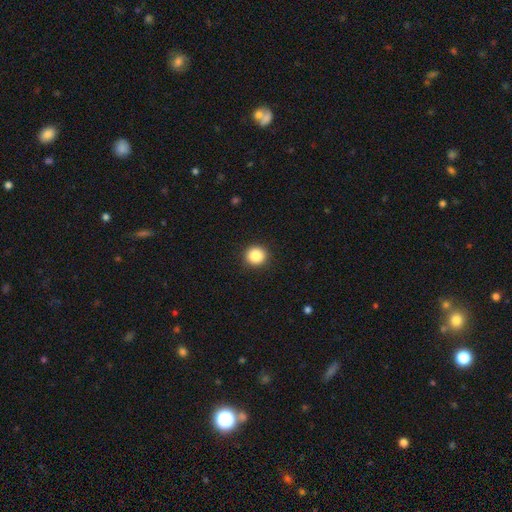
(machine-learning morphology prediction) Smooth or featured: smooth — 87% (star or artifact — 9%)
How rounded: round — 92% (in between — 7%)
Merging: none — 92% (minor disturbance — 6%)